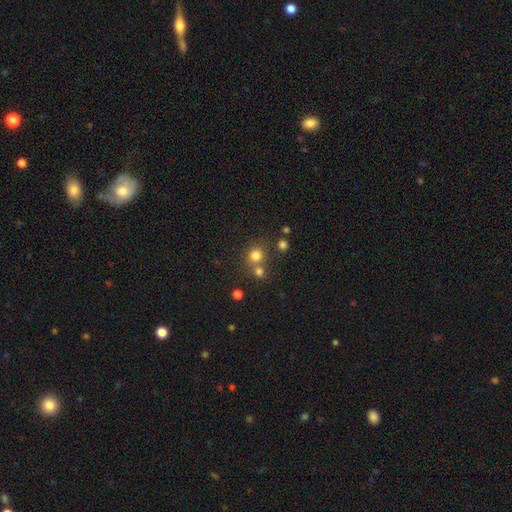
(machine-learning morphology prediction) Smooth or featured? Predicted: smooth (p=0.76). How rounded? Predicted: round (p=0.87). Merging? Predicted: none (p=0.59).